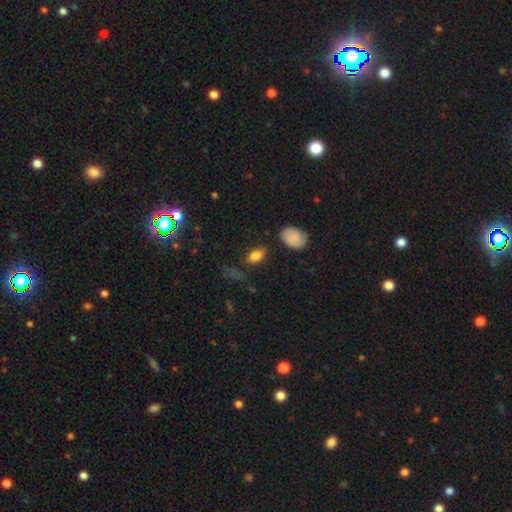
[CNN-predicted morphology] This is clearly a smooth galaxy (82%). How rounded: clearly in between (88%). Merging: likely none (79%).